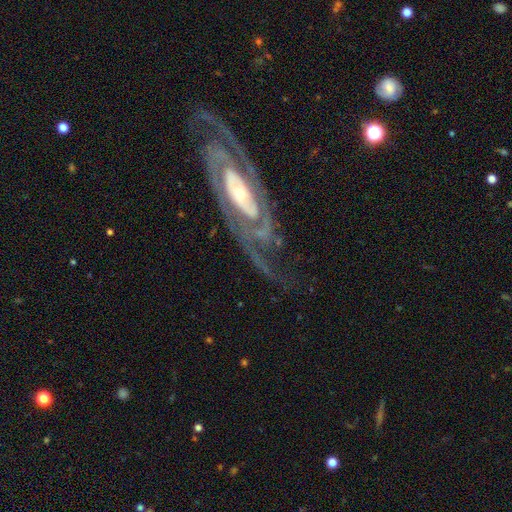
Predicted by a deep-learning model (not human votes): Overall: featured or disk (91%). Edge-on disk: no (92%). Bar: strong (37%; weak 35%). Spiral arms: yes (98%). Spiral arm count: 2 (52%; 3 16%). Spiral winding: tight (61%; medium 33%). Bulge size: small (49%; moderate 44%). Merging: none (79%).